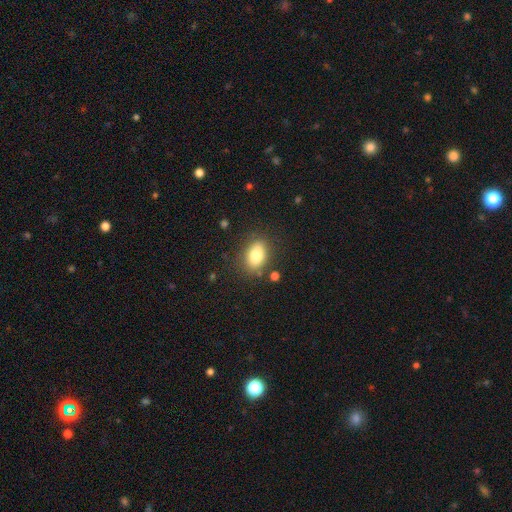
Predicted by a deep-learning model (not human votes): This appears to be a smooth galaxy with no disk features (80%) that is in between round and cigar-shaped (82%). Merging: none (79%).